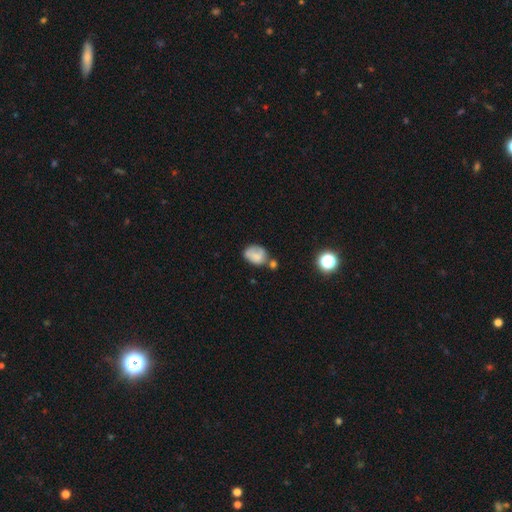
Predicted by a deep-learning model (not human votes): Smooth or featured? smooth (72%)
How rounded? in between (69%)
Merging? none (41%)